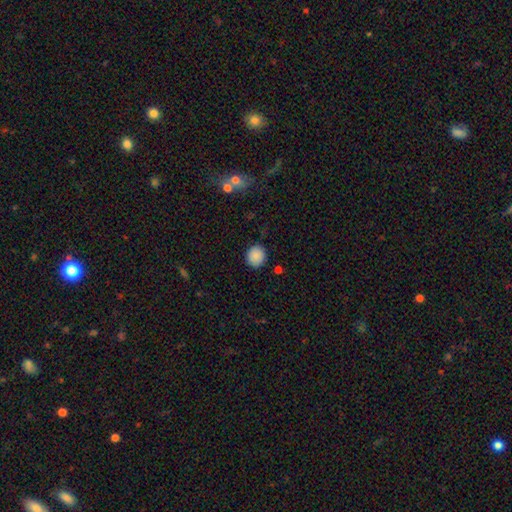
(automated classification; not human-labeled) Smooth or featured? smooth (88%)
How rounded? round (86%)
Merging? none (88%)